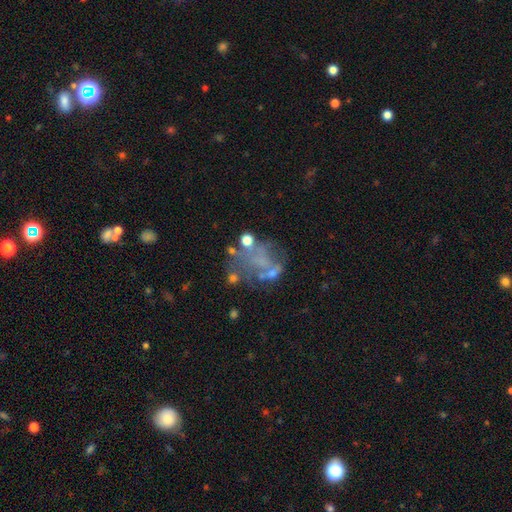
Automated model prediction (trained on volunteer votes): Smooth or featured? Predicted: featured or disk (p=0.50). Edge-on disk? Predicted: no (p=0.98). Merging? Predicted: major disturbance (p=0.32, tied with none).